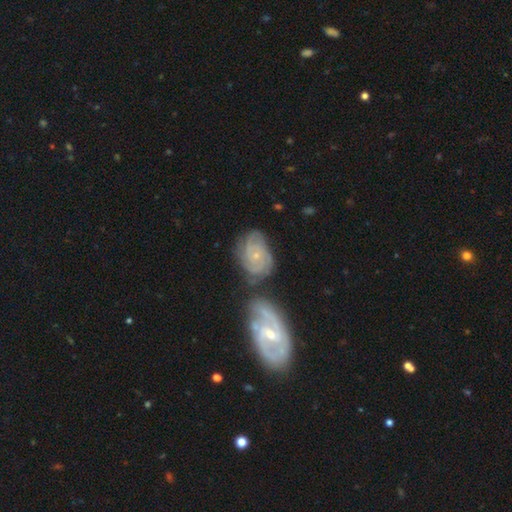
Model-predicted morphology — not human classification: A featured or disk galaxy (78%) with no bar (70%), 3 (30%) tight (55%) spiral arms (94%) and a small central bulge (77%). Merging: none (48%).